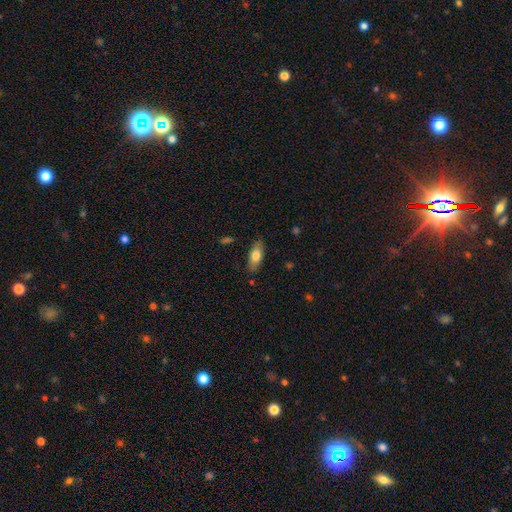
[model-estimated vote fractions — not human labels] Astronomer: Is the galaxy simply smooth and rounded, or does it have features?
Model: smooth — 72%.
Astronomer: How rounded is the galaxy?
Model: in between — 81%.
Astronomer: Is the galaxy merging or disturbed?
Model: none — 81%.